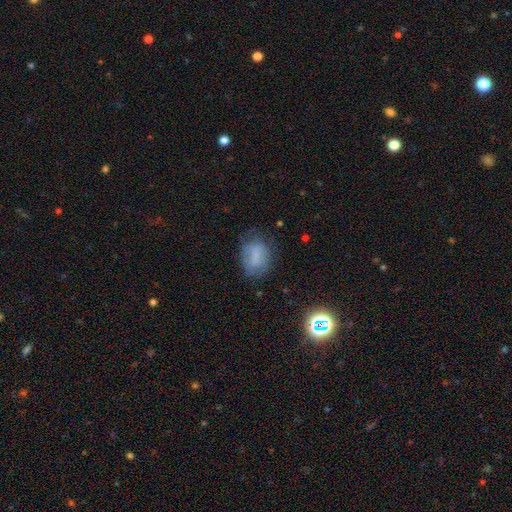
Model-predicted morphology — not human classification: Smooth or featured? Predicted: smooth (p=0.64). How rounded? Predicted: in between (p=0.70). Merging? Predicted: none (p=0.59).